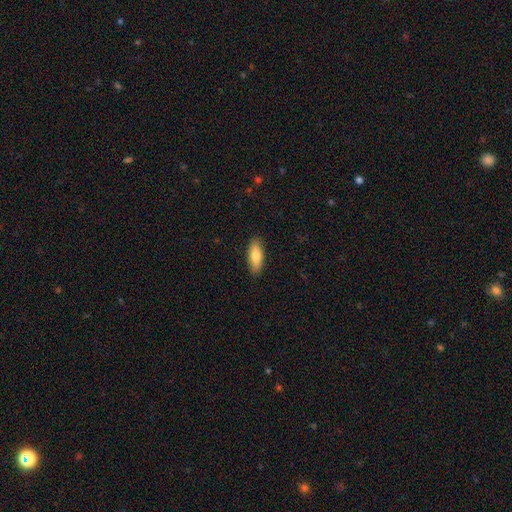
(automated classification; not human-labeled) A smooth galaxy with no disk features (78%) that is in between round and cigar-shaped (68%).

Vote fractions:
- Smooth or featured? smooth: 78% / featured or disk: 16% / star or artifact: 6%
- How rounded? in between: 68% / cigar-shaped: 29% / round: 2%
- Merging? none: 89% / minor disturbance: 8% / major disturbance: 2% / merger: 1%